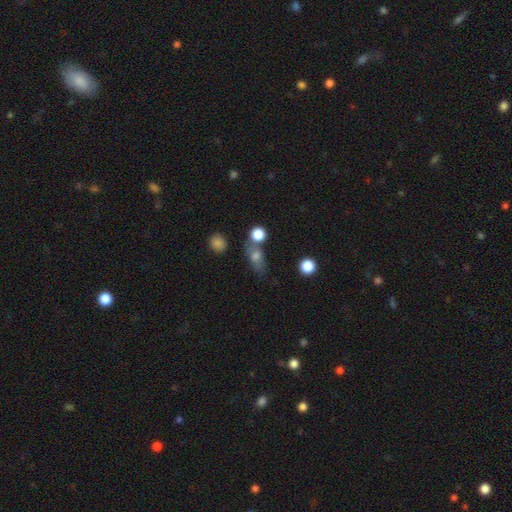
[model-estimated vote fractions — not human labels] The model was most divided on "how rounded": in between: 59%, round: 30%, cigar-shaped: 11%. More confident: smooth or featured — smooth (69%); merging — none (57%).